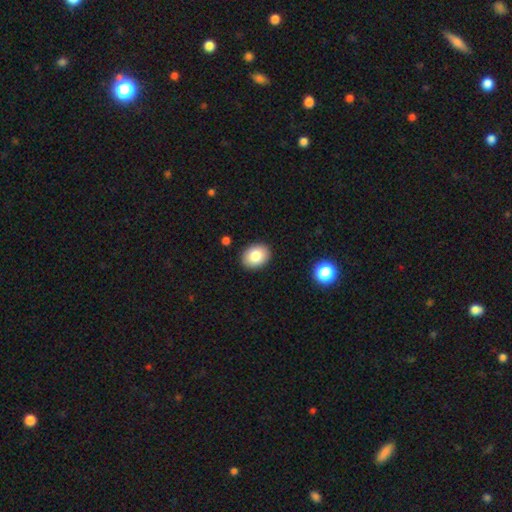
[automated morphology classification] type=smooth (83%); roundness=in between (61%); merging=none (90%).